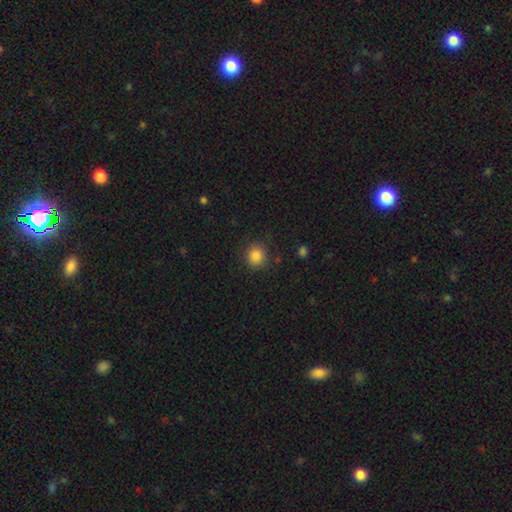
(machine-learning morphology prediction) smooth-or-featured: smooth: 86% | star or artifact: 11% | featured or disk: 3%
  how-rounded: round: 89% | in between: 10% | cigar-shaped: 1%
  merging: none: 86% | minor disturbance: 9% | major disturbance: 3% | merger: 1%